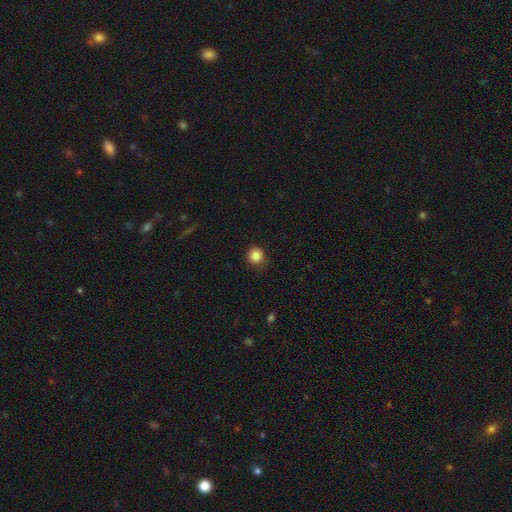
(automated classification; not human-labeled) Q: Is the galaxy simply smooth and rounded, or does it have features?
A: smooth — 85%.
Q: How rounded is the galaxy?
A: round — 92%.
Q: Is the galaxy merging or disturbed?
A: none — 84%.